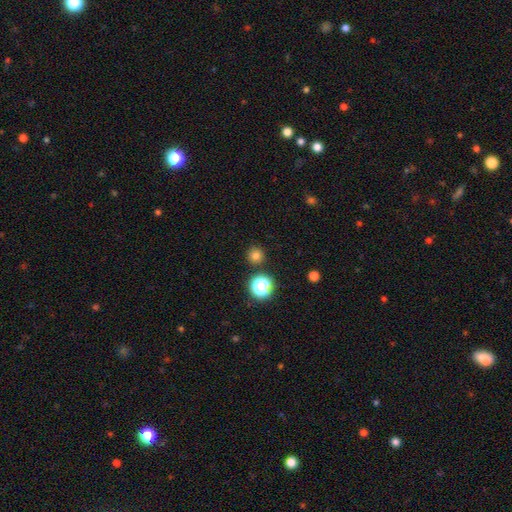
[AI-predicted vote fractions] Smooth or featured? smooth (76%)
How rounded? round (95%)
Merging? none (89%)